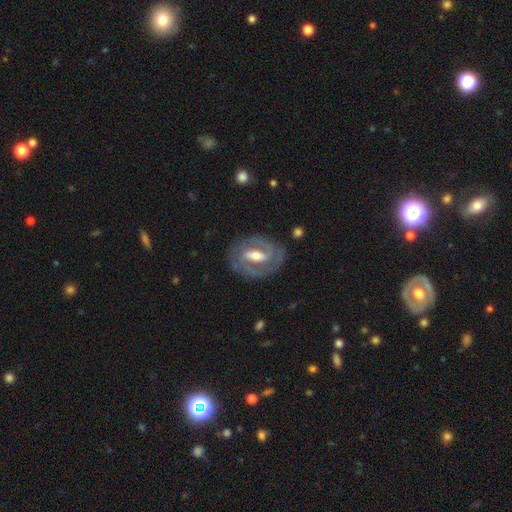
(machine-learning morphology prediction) smooth-or-featured: featured or disk: 84% | smooth: 12% | star or artifact: 4%
  disk-edge-on: no: 96% | yes: 4%
    bar: strong: 54% | weak: 33% | no: 13%
    has-spiral-arms: yes: 88% | no: 12%
      spiral-winding: tight: 51% | medium: 40% | loose: 9%
      spiral-arm-count: 2: 84% | can't tell: 7% | 3: 3% | 1: 3% | 4: 1% | more than 4: 1%
    bulge-size: moderate: 60% | small: 20% | large: 16% | none: 2% | dominant: 2%
  merging: none: 81% | minor disturbance: 12% | major disturbance: 5% | merger: 1%